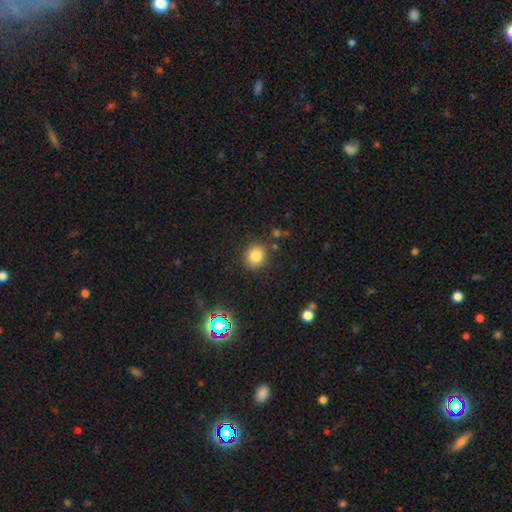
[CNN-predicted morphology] Smooth or featured?
  - smooth: 83% *
  - star or artifact: 12%
  - featured or disk: 6%
How rounded?
  - round: 73% *
  - in between: 26%
  - cigar-shaped: 1%
Merging?
  - none: 86% *
  - minor disturbance: 9%
  - major disturbance: 3%
  - merger: 3%